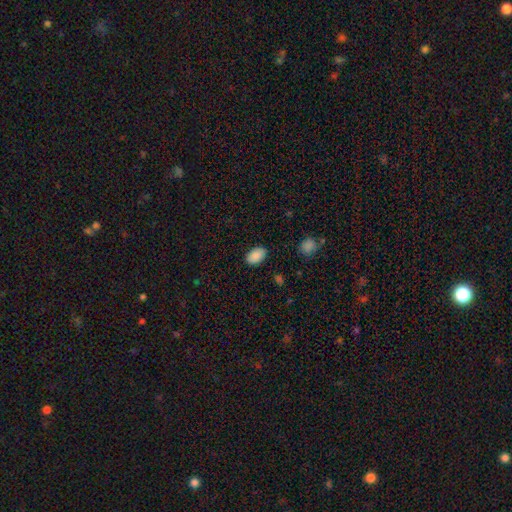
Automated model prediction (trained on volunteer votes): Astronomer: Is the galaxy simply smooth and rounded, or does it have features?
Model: smooth — 89%.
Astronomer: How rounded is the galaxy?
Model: in between — 92%.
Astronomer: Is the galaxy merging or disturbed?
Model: none — 86%.